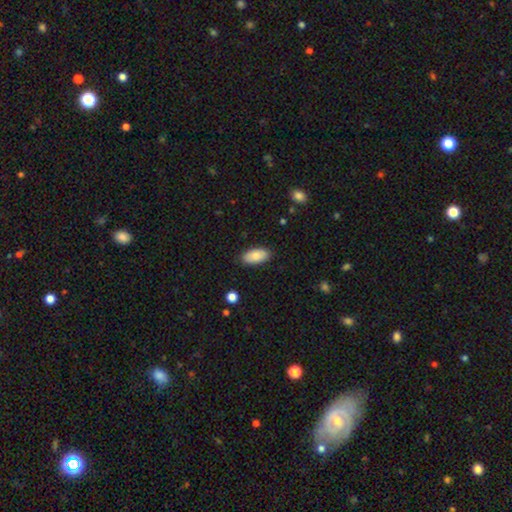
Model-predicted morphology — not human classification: Smooth or featured? smooth (81%)
How rounded? in between (93%)
Merging? none (87%)